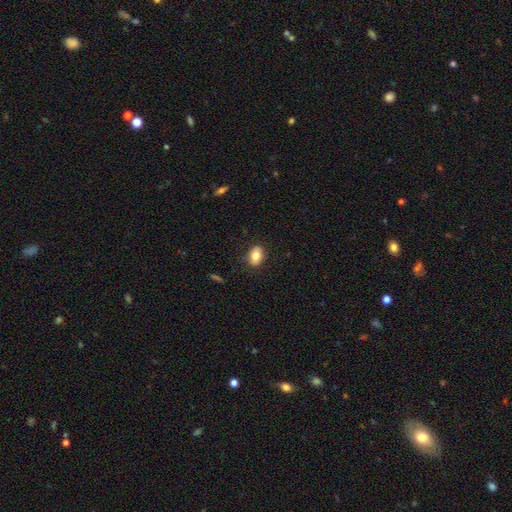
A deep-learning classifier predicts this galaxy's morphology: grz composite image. It shows a smooth galaxy with no disk features (81%) that is in between round and cigar-shaped (81%). Merging: none (86%).